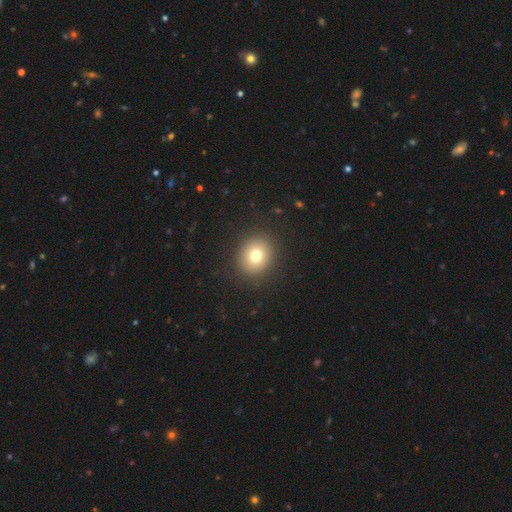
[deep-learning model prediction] Morphology: type=smooth (75%); roundness=round (76%); merging=none (90%).